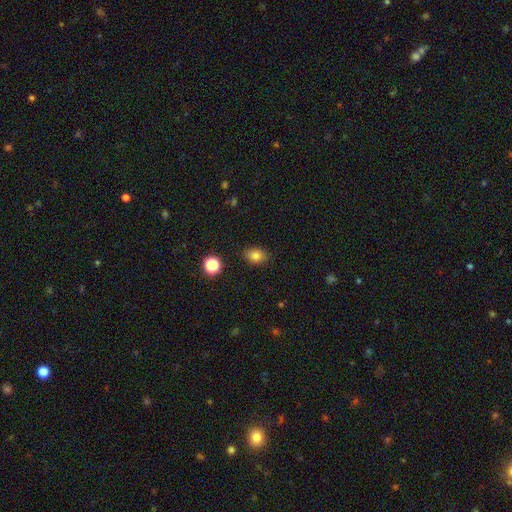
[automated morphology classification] Smooth or featured? smooth (80%)
How rounded? in between (70%)
Merging? none (86%)